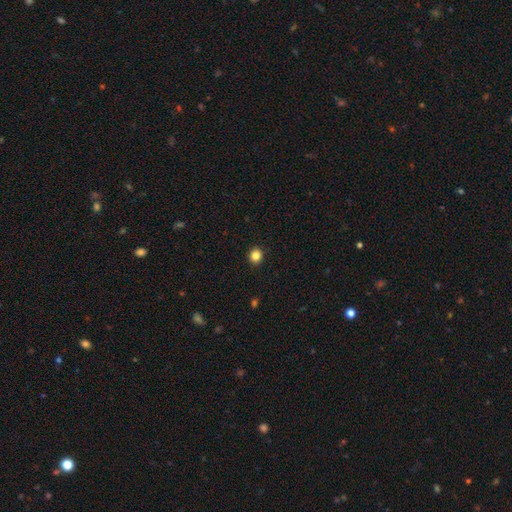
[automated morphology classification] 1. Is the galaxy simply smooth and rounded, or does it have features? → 84% smooth, 12% star or artifact, 4% featured or disk.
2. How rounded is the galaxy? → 89% round, 10% in between, 1% cigar-shaped.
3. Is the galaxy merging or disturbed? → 93% none, 5% minor disturbance, 1% major disturbance, 1% merger.